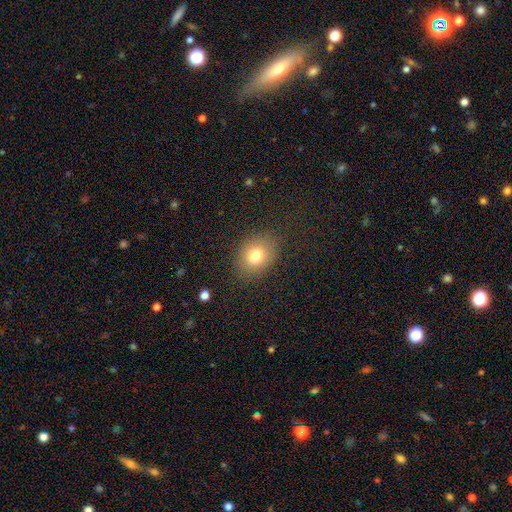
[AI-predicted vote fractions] This is likely a smooth galaxy (76%). How rounded: possibly in between (51%). Merging: clearly none (84%).